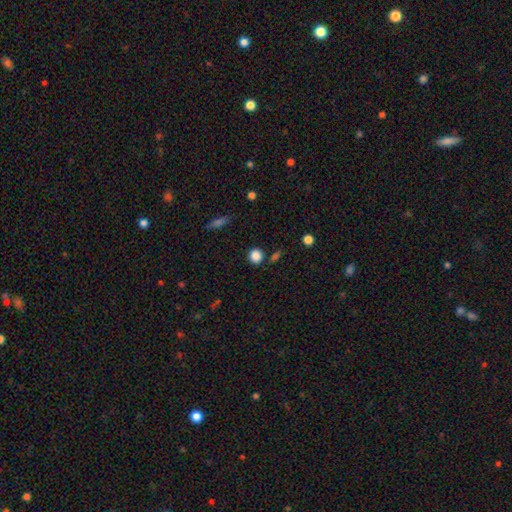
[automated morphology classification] smooth-or-featured: smooth: 85% | star or artifact: 10% | featured or disk: 4%
  how-rounded: round: 87% | in between: 12% | cigar-shaped: 1%
  merging: none: 84% | minor disturbance: 9% | merger: 5% | major disturbance: 3%